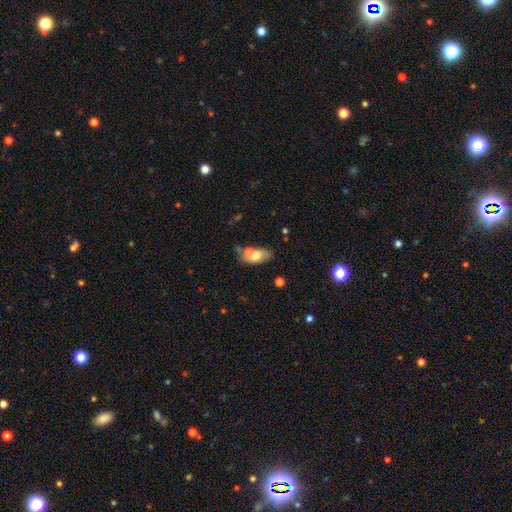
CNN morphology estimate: smooth-or-featured: smooth: 66% | featured or disk: 26% | star or artifact: 8%
  how-rounded: in between: 88% | round: 6% | cigar-shaped: 5%
  merging: none: 46% | merger: 32% | minor disturbance: 16% | major disturbance: 6%